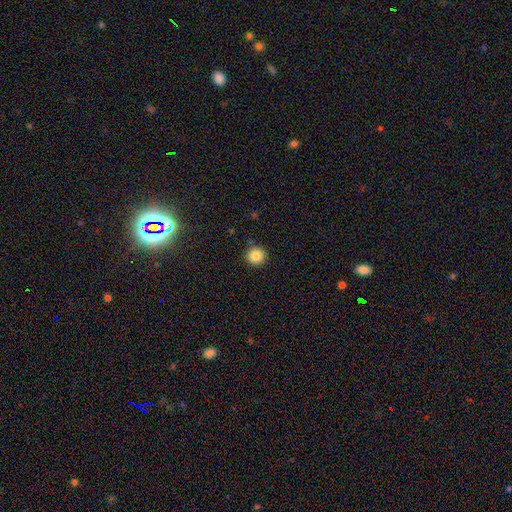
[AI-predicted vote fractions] Overall: smooth (86%). How rounded: round (94%). Merging: none (90%).